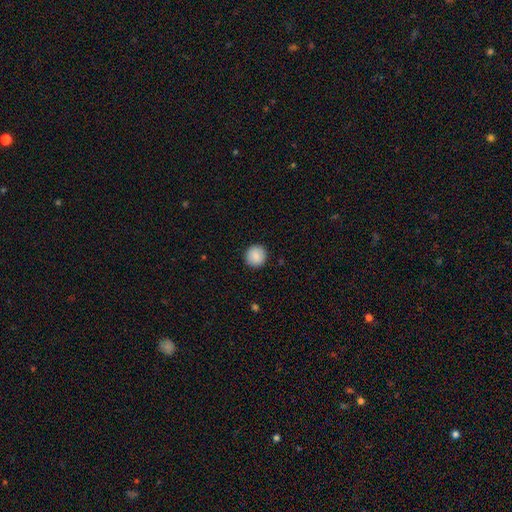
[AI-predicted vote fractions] This is clearly a smooth galaxy (88%). How rounded: clearly round (93%). Merging: clearly none (92%).